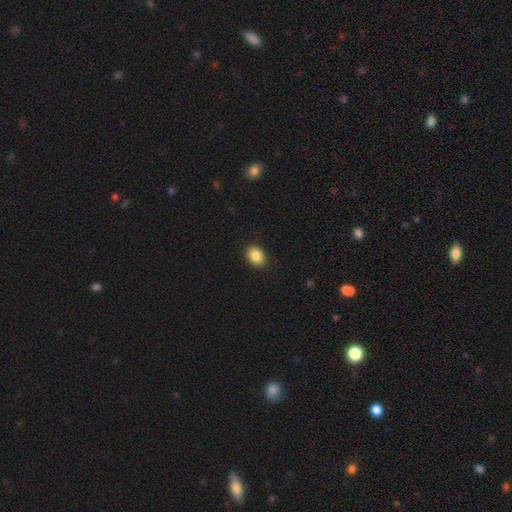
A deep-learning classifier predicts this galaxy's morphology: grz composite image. It shows a smooth galaxy with no disk features (88%) that is in between round and cigar-shaped (71%). Merging: none (90%).